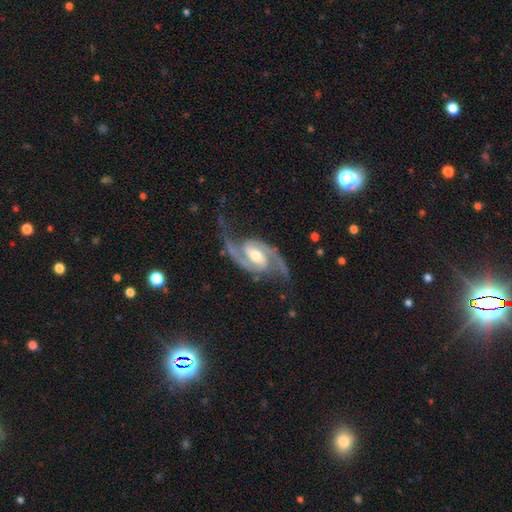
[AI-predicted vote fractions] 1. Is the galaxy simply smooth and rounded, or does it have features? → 94% featured or disk, 4% star or artifact, 3% smooth.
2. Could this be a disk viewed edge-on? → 97% no, 3% yes.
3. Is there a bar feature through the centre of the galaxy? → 44% weak, 33% strong, 23% no.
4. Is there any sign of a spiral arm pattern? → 98% yes, 2% no.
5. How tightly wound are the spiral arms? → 57% medium, 22% loose, 20% tight.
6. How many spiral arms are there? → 94% 2, 1% can't tell, 1% 3, 1% 1, 1% 4, 1% more than 4.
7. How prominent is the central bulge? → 66% moderate, 26% small, 6% large, 1% none, 1% dominant.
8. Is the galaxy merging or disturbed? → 73% none, 16% minor disturbance, 9% major disturbance, 2% merger.